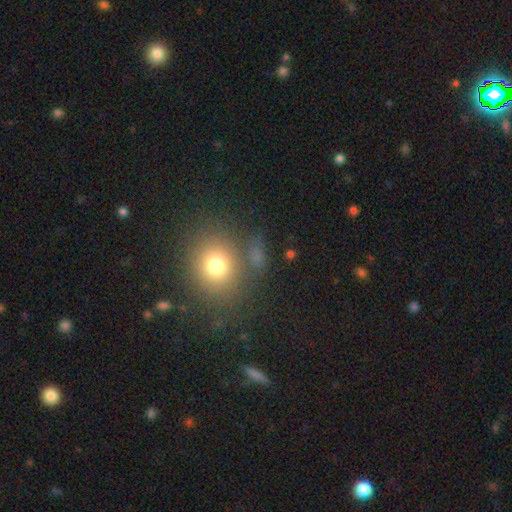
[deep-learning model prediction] smooth 70%, star or artifact 19%, featured or disk 10%. Down the decision tree: how rounded — round (63%); merging — none (74%).